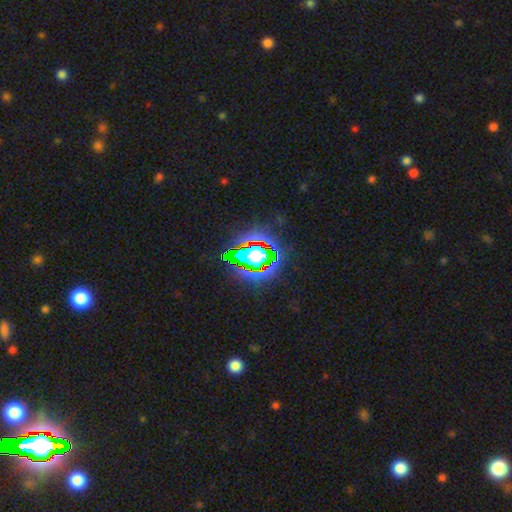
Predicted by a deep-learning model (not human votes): This is likely a star or artifact rather than a galaxy (65%).